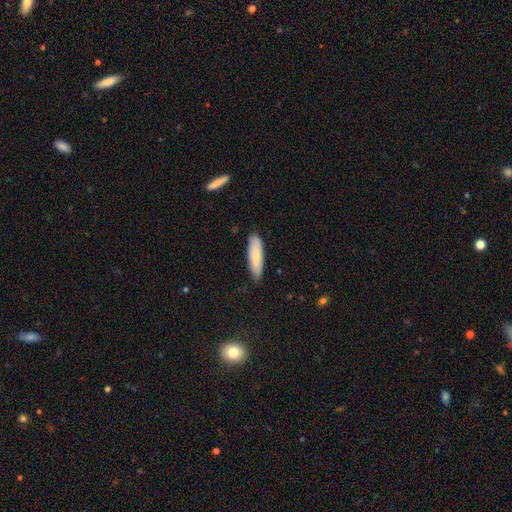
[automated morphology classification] Smooth or featured?
  - smooth: 77% *
  - featured or disk: 17%
  - star or artifact: 6%
How rounded?
  - cigar-shaped: 63% *
  - in between: 35%
  - round: 1%
Merging?
  - none: 84% *
  - minor disturbance: 13%
  - major disturbance: 2%
  - merger: 1%